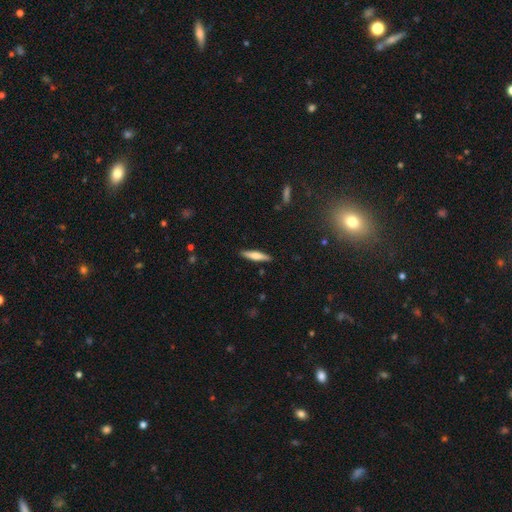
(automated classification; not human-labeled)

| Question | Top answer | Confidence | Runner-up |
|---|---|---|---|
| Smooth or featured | smooth | 54% | featured or disk (40%) |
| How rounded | cigar-shaped | 84% | in between (14%) |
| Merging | none | 90% | minor disturbance (8%) |